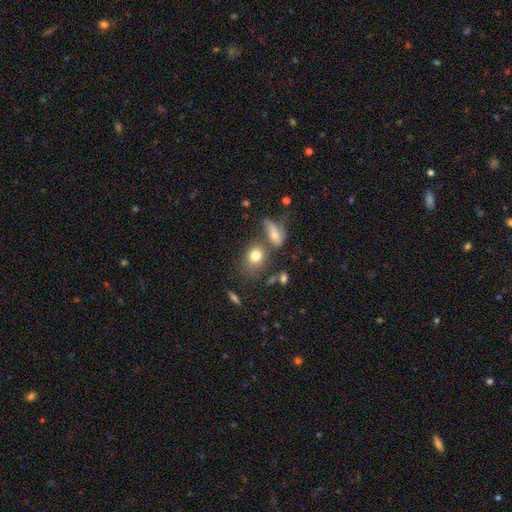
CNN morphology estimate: smooth_or_featured: smooth (p=0.77) [alt: featured or disk p=0.12]
how_rounded: in between (p=0.50) [alt: round p=0.48]
merging: none (p=0.53) [alt: merger p=0.25]